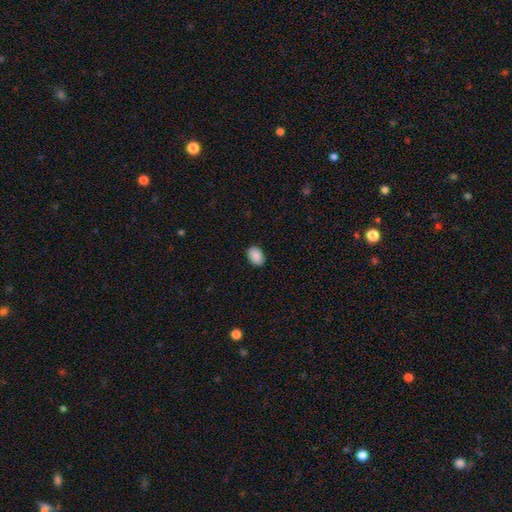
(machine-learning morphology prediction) Smooth or featured? Predicted: smooth (p=0.90). How rounded? Predicted: in between (p=0.83). Merging? Predicted: none (p=0.89).